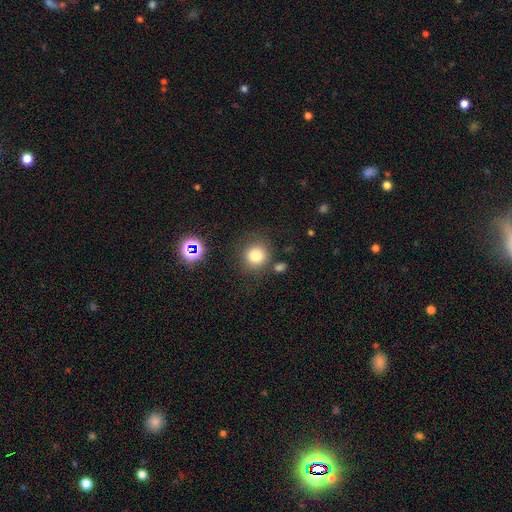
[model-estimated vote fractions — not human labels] A smooth galaxy with no disk features (80%) that is round (89%). Merging: none (77%).